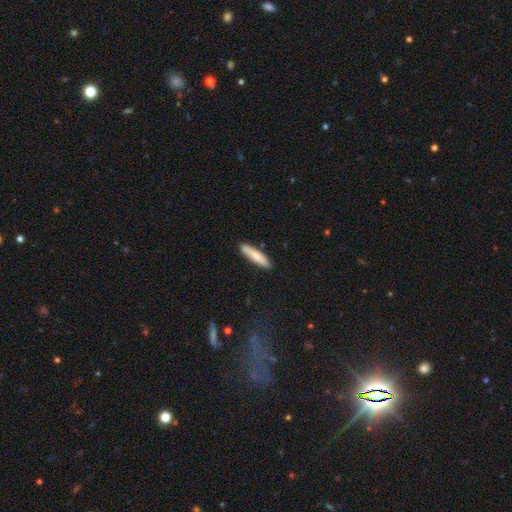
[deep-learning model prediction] smooth_or_featured: smooth (p=0.75) [alt: featured or disk p=0.19]
how_rounded: cigar-shaped (p=0.85) [alt: in between p=0.13]
merging: none (p=0.89) [alt: minor disturbance p=0.08]